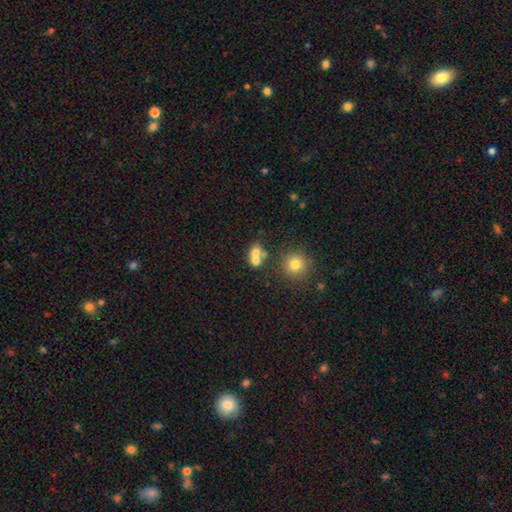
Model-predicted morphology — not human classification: The model was most divided on "how rounded": round: 58%, in between: 40%, cigar-shaped: 1%. More confident: smooth or featured — smooth (68%); merging — merger (56%).